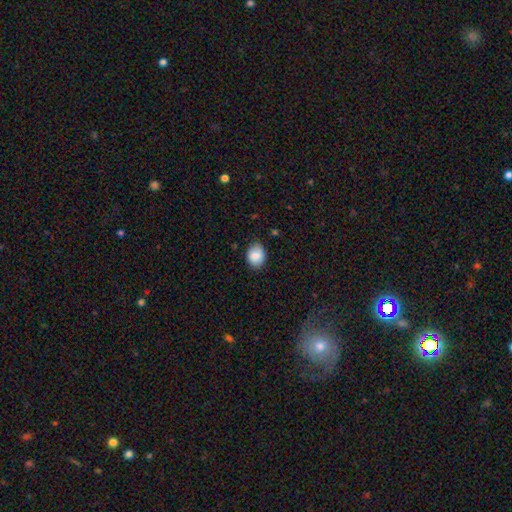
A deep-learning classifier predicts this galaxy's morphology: Q: Smooth or featured?
A: smooth (85%); runner-up: star or artifact (8%)
Q: How rounded?
A: in between (55%); runner-up: round (45%)
Q: Merging?
A: none (80%); runner-up: minor disturbance (16%)